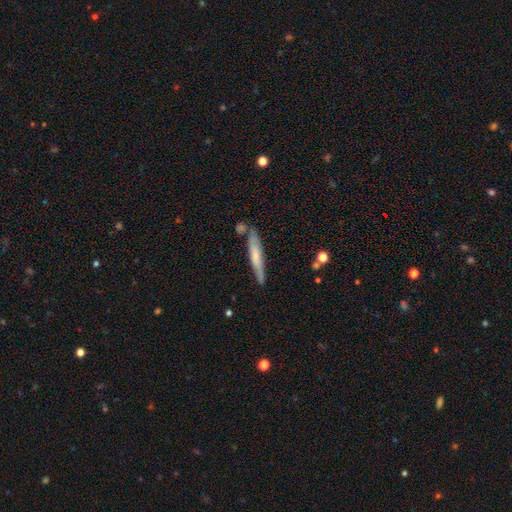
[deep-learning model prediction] Smooth or featured: smooth — 52% (featured or disk — 42%)
How rounded: cigar-shaped — 92% (in between — 7%)
Merging: none — 72% (minor disturbance — 16%)